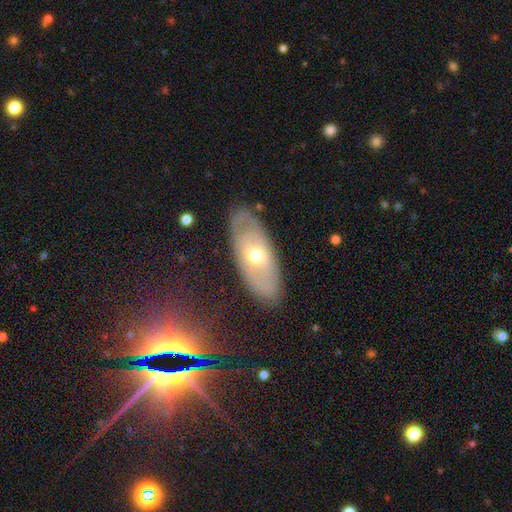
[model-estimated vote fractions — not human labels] Smooth or featured? featured or disk (59%)
Edge-on disk? no (82%)
Merging? none (84%)